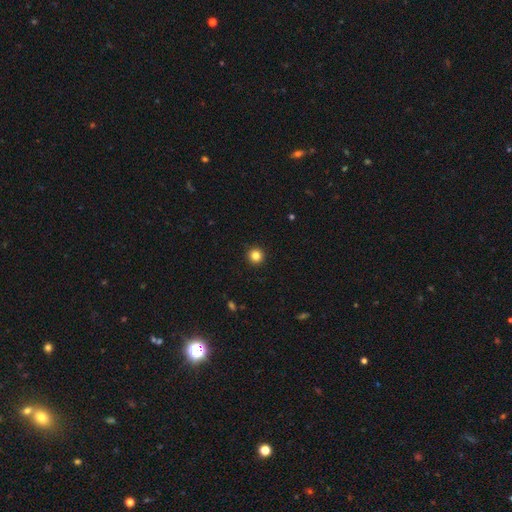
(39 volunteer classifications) Q: Smooth or featured?
A: smooth (90%); runner-up: featured or disk (5%)
Q: How rounded?
A: round (100%)
Q: Merging?
A: none (95%); runner-up: minor disturbance (5%)